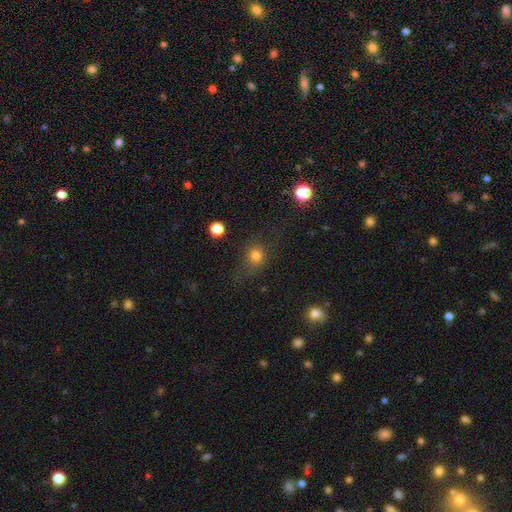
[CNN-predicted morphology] A smooth galaxy with no disk features (76%) that is round (75%).

Vote fractions:
- Smooth or featured? smooth: 76% / star or artifact: 15% / featured or disk: 9%
- How rounded? round: 75% / in between: 23% / cigar-shaped: 2%
- Merging? none: 68% / minor disturbance: 18% / major disturbance: 12% / merger: 2%